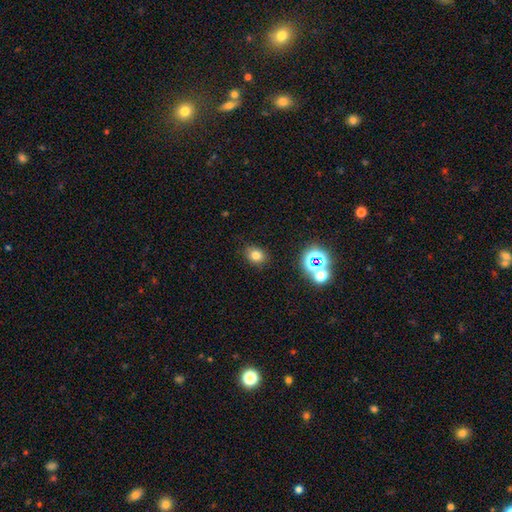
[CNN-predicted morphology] The model was most divided on "how rounded": round: 51%, in between: 48%, cigar-shaped: 1%. More confident: merging — none (85%); smooth or featured — smooth (75%).